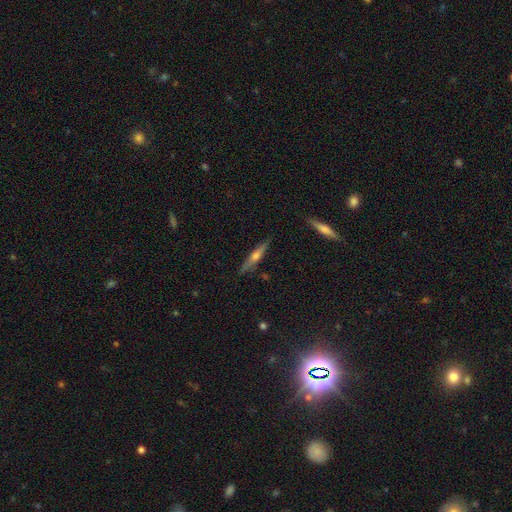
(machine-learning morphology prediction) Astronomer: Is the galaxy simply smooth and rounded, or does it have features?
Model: featured or disk — 63%.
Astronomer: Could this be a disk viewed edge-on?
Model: yes — 97%.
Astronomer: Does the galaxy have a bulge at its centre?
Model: rounded — 86%.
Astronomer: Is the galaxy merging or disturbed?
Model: none — 88%.